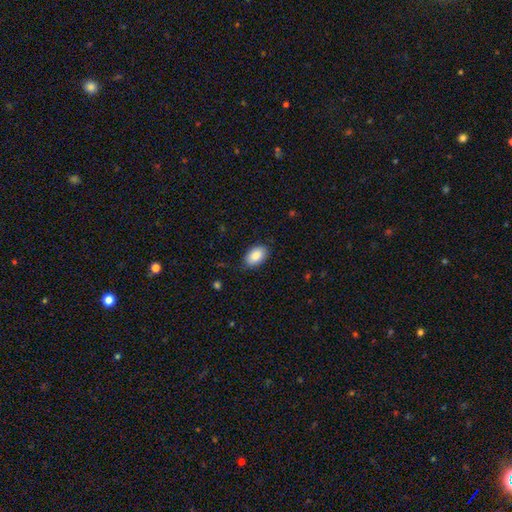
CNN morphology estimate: Q: Smooth or featured?
A: smooth (88%); runner-up: star or artifact (7%)
Q: How rounded?
A: in between (92%); runner-up: round (7%)
Q: Merging?
A: none (84%); runner-up: minor disturbance (12%)